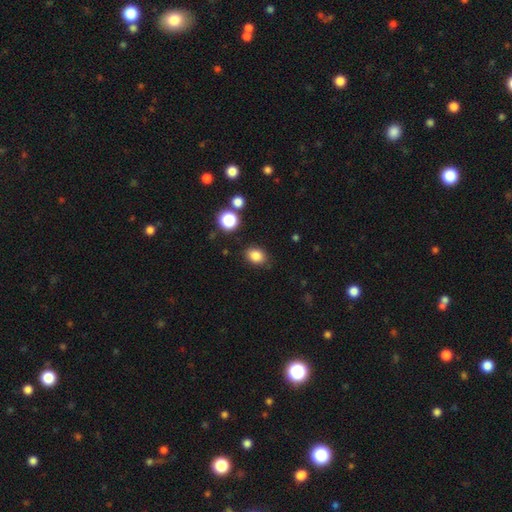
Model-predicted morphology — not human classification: Smooth or featured? Predicted: smooth (p=0.84). How rounded? Predicted: in between (p=0.65). Merging? Predicted: none (p=0.83).